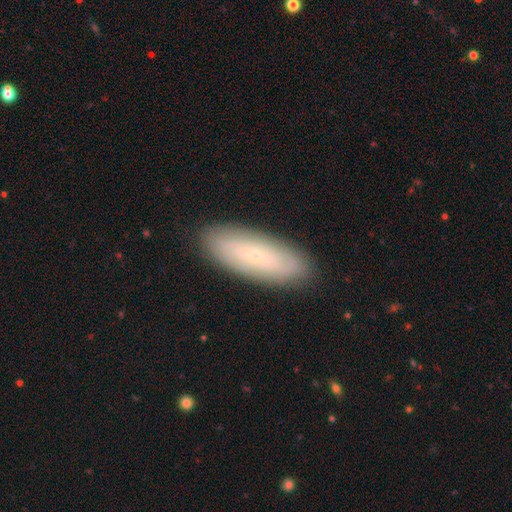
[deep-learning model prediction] Smooth or featured?
  - smooth: 49% *
  - featured or disk: 44%
  - star or artifact: 7%
Merging?
  - none: 88% *
  - minor disturbance: 9%
  - major disturbance: 2%
  - merger: 1%